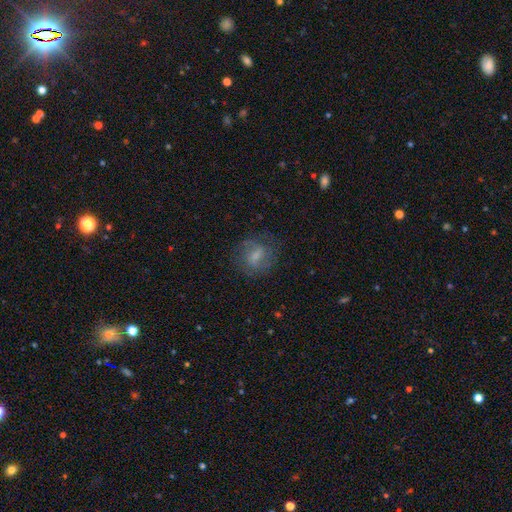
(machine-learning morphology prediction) The model was most divided on "smooth or featured": featured or disk: 49%, smooth: 36%, star or artifact: 15%. More confident: merging — none (78%).